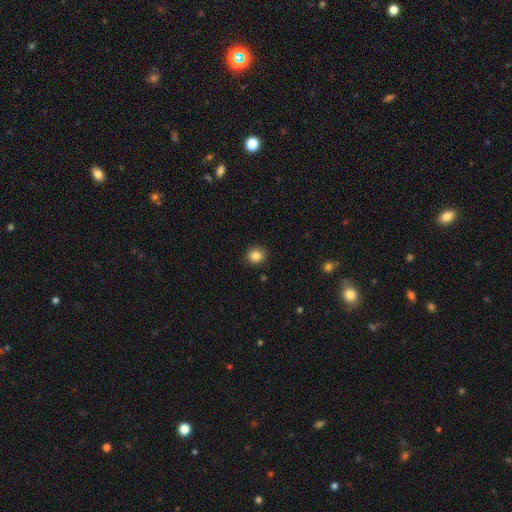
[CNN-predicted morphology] Smooth or featured: smooth — 85% (star or artifact — 10%)
How rounded: round — 87% (in between — 12%)
Merging: none — 91% (minor disturbance — 6%)